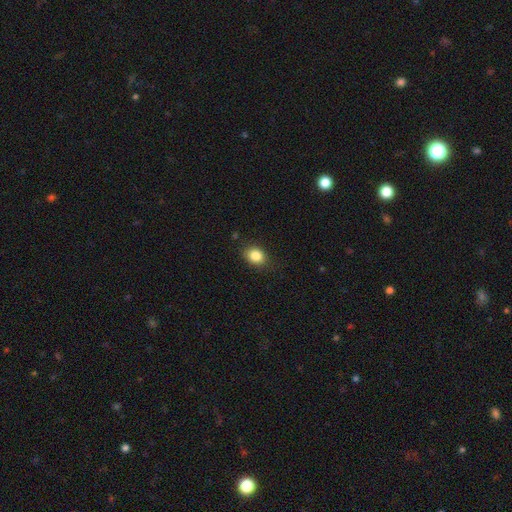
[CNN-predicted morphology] Smooth or featured? smooth (85%)
How rounded? in between (51%)
Merging? none (83%)